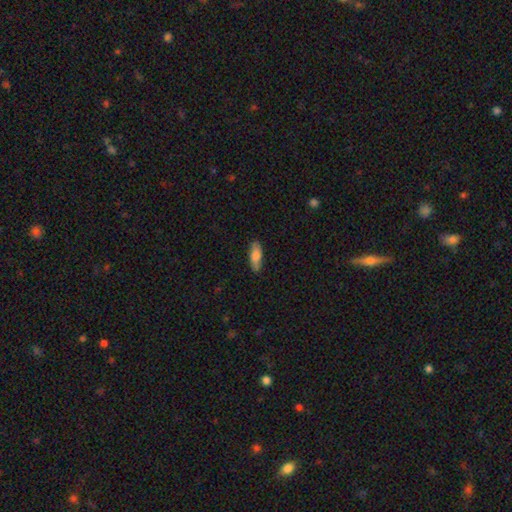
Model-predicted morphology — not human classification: A smooth galaxy with no disk features (76%) that is in between round and cigar-shaped (64%).

Vote fractions:
- Smooth or featured? smooth: 76% / featured or disk: 18% / star or artifact: 6%
- How rounded? in between: 64% / cigar-shaped: 34% / round: 2%
- Merging? none: 85% / minor disturbance: 12% / major disturbance: 2% / merger: 1%